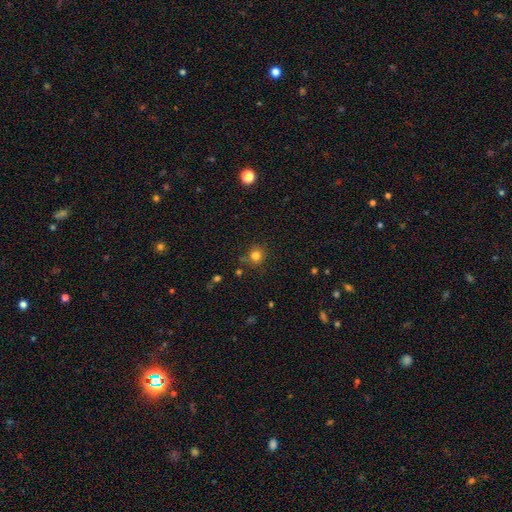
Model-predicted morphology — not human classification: smooth-or-featured: smooth: 80% | star or artifact: 15% | featured or disk: 6%
  how-rounded: round: 88% | in between: 11% | cigar-shaped: 1%
  merging: none: 76% | minor disturbance: 15% | merger: 5% | major disturbance: 4%